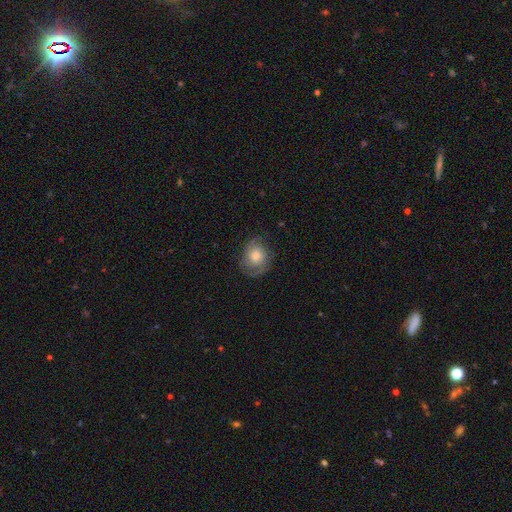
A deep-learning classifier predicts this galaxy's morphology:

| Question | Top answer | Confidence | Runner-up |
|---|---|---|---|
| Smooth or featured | featured or disk | 48% | smooth (43%) |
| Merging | none | 70% | minor disturbance (20%) |